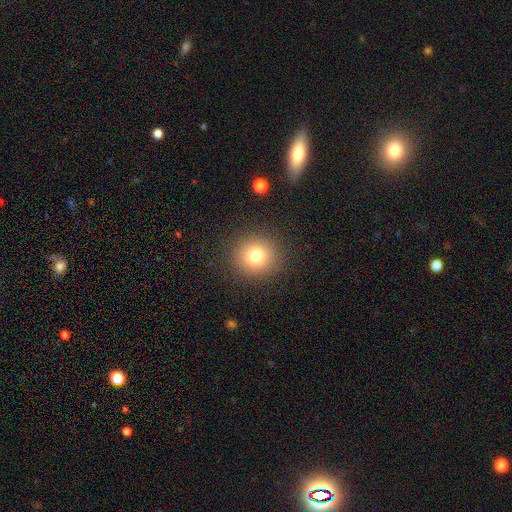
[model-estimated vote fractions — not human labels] Smooth or featured: smooth — 79% (star or artifact — 12%)
How rounded: round — 91% (in between — 8%)
Merging: none — 89% (minor disturbance — 7%)